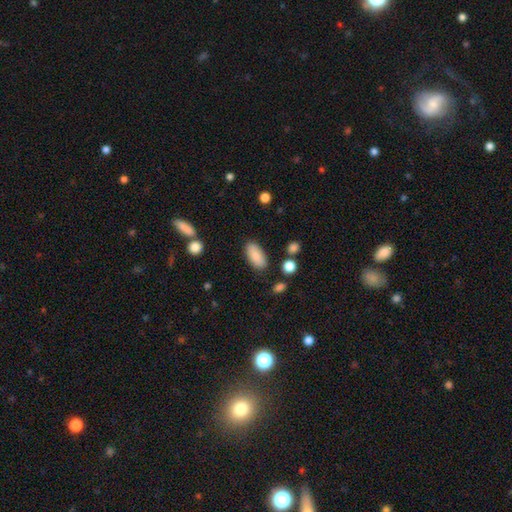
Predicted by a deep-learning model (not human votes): Smooth or featured? Predicted: smooth (p=0.85). How rounded? Predicted: in between (p=0.90). Merging? Predicted: none (p=0.85).